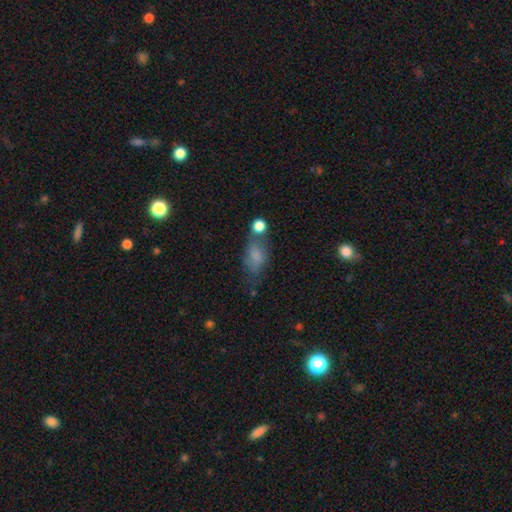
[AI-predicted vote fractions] Morphology: type=smooth (71%); roundness=in between (83%); merging=none (44%).